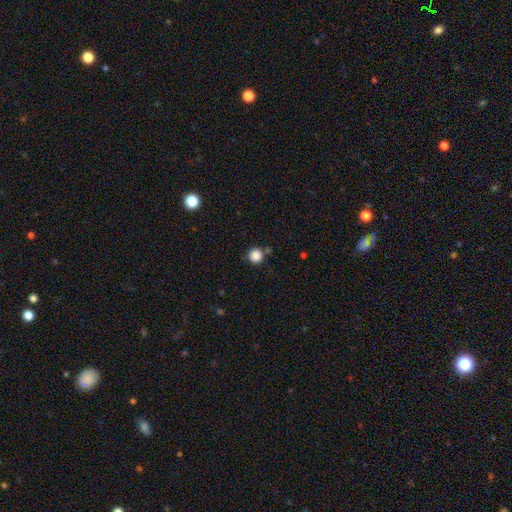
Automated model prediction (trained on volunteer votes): Morphology: type=smooth (86%); roundness=round (95%); merging=none (83%).